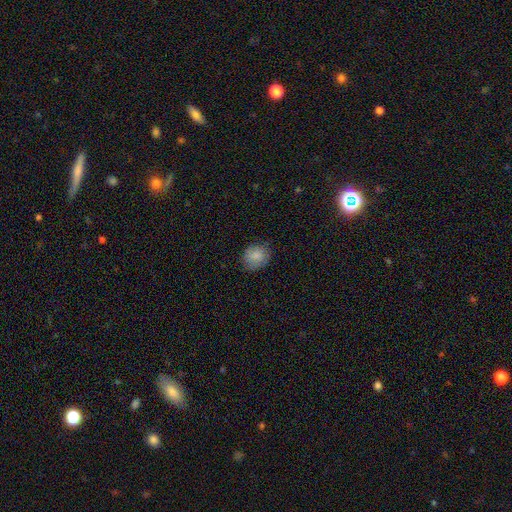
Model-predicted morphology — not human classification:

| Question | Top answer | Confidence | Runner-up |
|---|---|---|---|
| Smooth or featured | smooth | 83% | featured or disk (9%) |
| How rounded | round | 73% | in between (27%) |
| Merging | none | 77% | minor disturbance (18%) |